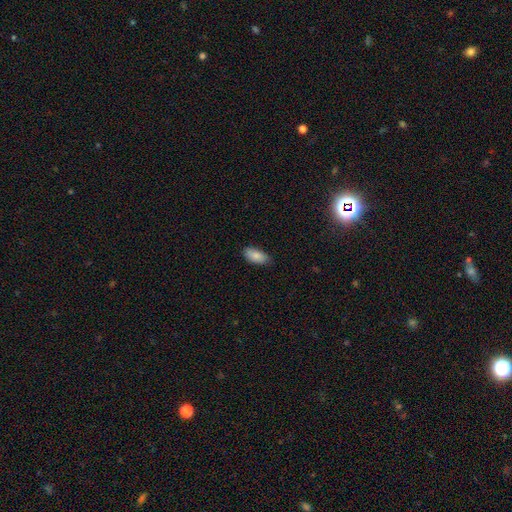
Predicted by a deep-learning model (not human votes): A smooth galaxy with no disk features (85%) that is in between round and cigar-shaped (89%).

Vote fractions:
- Smooth or featured? smooth: 85% / featured or disk: 8% / star or artifact: 7%
- How rounded? in between: 89% / cigar-shaped: 8% / round: 2%
- Merging? none: 83% / minor disturbance: 14% / major disturbance: 2% / merger: 1%